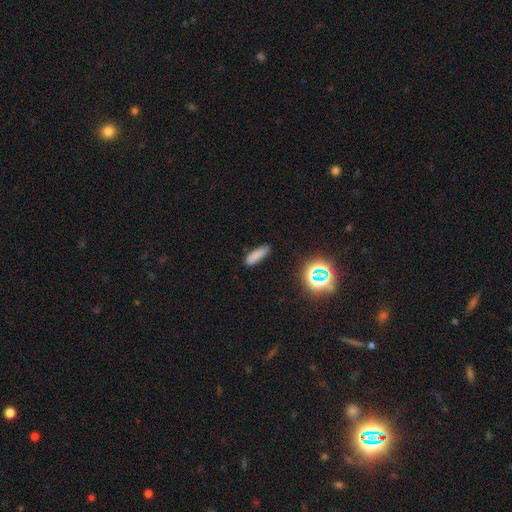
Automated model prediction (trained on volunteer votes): Smooth or featured?
  - smooth: 79% *
  - star or artifact: 14%
  - featured or disk: 7%
How rounded?
  - cigar-shaped: 50% *
  - in between: 47%
  - round: 3%
Merging?
  - none: 81% *
  - minor disturbance: 14%
  - major disturbance: 3%
  - merger: 2%